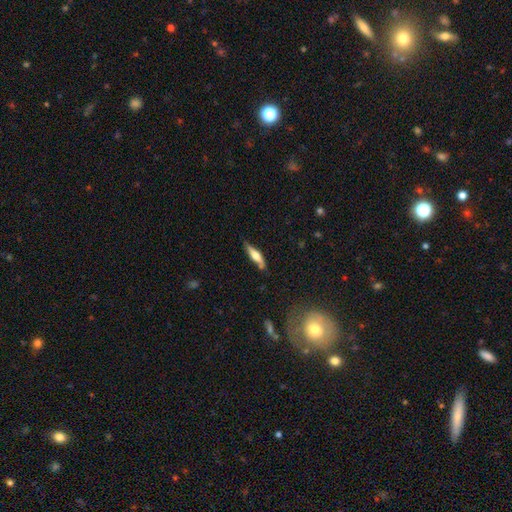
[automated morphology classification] A smooth galaxy with no disk features (48%). Merging: none (73%).